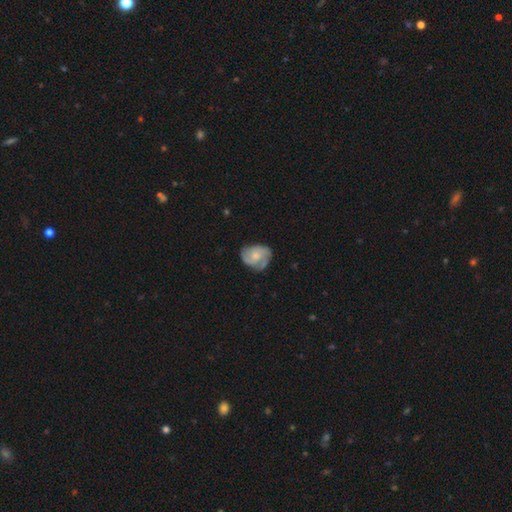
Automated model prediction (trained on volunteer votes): smooth_or_featured: featured or disk (p=0.69) [alt: smooth p=0.25]
disk_edge_on: no (p=0.98) [alt: yes p=0.02]
bar: no (p=0.70) [alt: weak p=0.27]
has_spiral_arms: yes (p=0.92) [alt: no p=0.08]
spiral_winding: medium (p=0.44) [alt: tight p=0.41]
spiral_arm_count: 2 (p=0.43) [alt: 3 p=0.31]
bulge_size: moderate (p=0.44) [alt: small p=0.37]
merging: none (p=0.65) [alt: minor disturbance p=0.25]